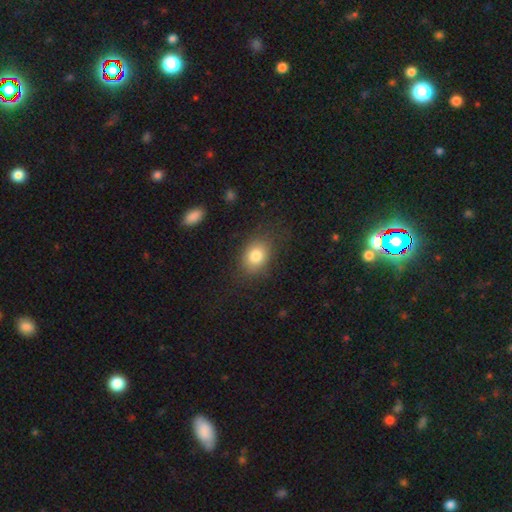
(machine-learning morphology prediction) Overall: smooth (82%). How rounded: in between (66%; round 32%). Merging: none (78%).